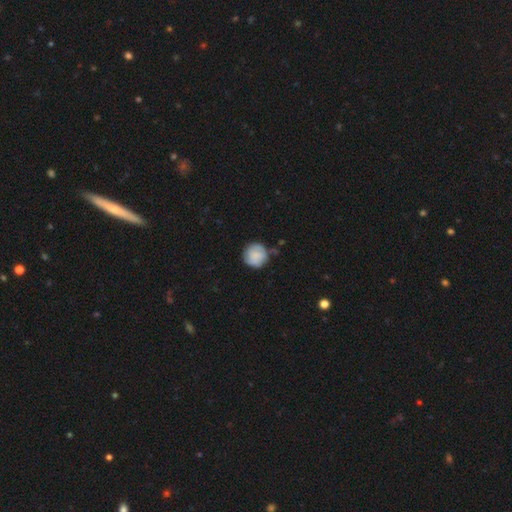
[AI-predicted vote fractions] Smooth or featured: smooth — 69% (featured or disk — 24%)
How rounded: round — 92% (in between — 7%)
Merging: none — 69% (minor disturbance — 22%)